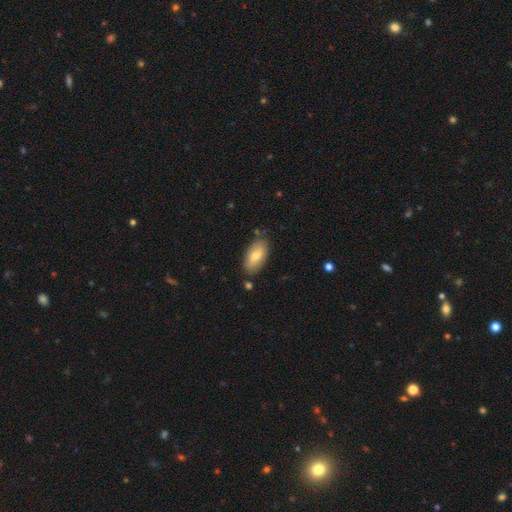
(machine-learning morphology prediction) smooth-or-featured: smooth: 69% | featured or disk: 25% | star or artifact: 6%
  how-rounded: in between: 91% | cigar-shaped: 6% | round: 3%
  merging: none: 81% | minor disturbance: 13% | merger: 3% | major disturbance: 3%